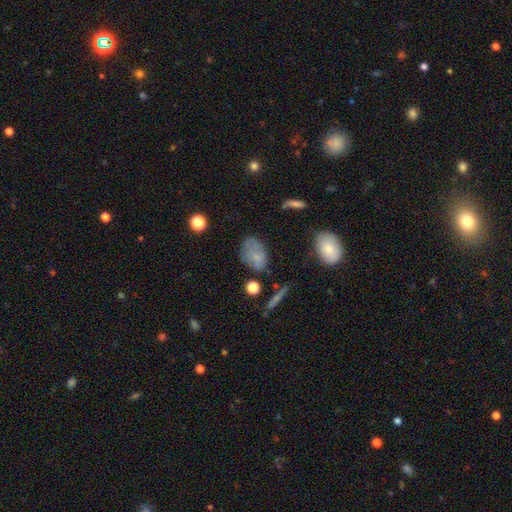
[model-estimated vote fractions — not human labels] Q: Smooth or featured?
A: smooth (70%); runner-up: featured or disk (18%)
Q: How rounded?
A: in between (84%); runner-up: round (14%)
Q: Merging?
A: none (55%); runner-up: minor disturbance (28%)